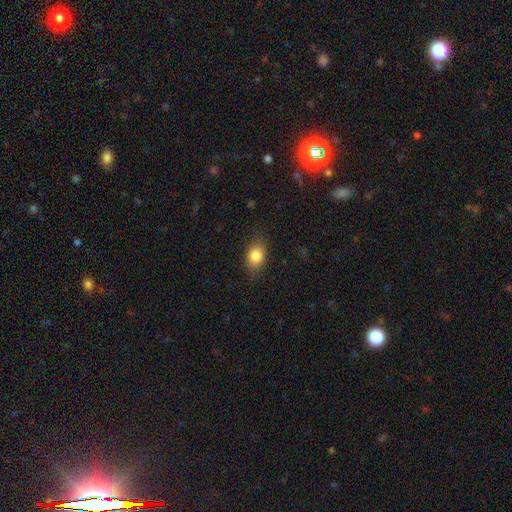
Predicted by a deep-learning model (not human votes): smooth_or_featured: smooth (p=0.83) [alt: star or artifact p=0.08]
how_rounded: in between (p=0.77) [alt: round p=0.21]
merging: none (p=0.83) [alt: minor disturbance p=0.13]